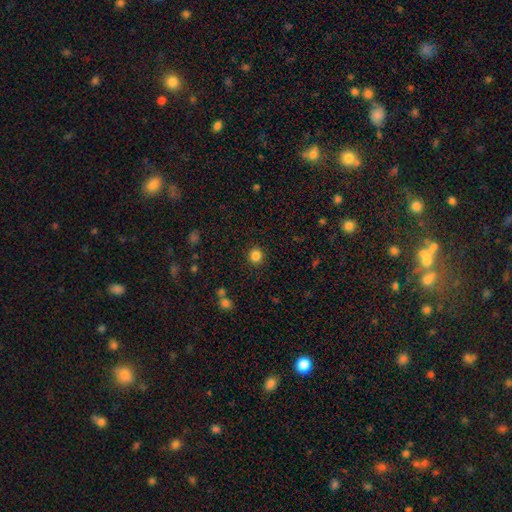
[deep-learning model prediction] smooth_or_featured: smooth (p=0.84) [alt: star or artifact p=0.12]
how_rounded: round (p=0.85) [alt: in between p=0.14]
merging: none (p=0.90) [alt: minor disturbance p=0.06]